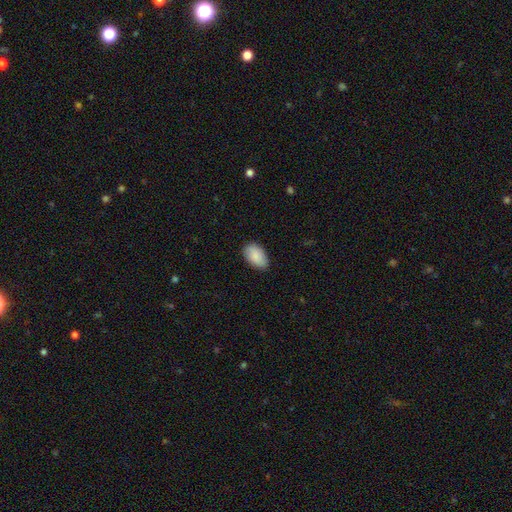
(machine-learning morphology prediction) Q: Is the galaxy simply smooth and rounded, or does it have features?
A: smooth — 88%.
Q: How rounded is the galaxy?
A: in between — 93%.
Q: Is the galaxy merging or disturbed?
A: none — 83%.